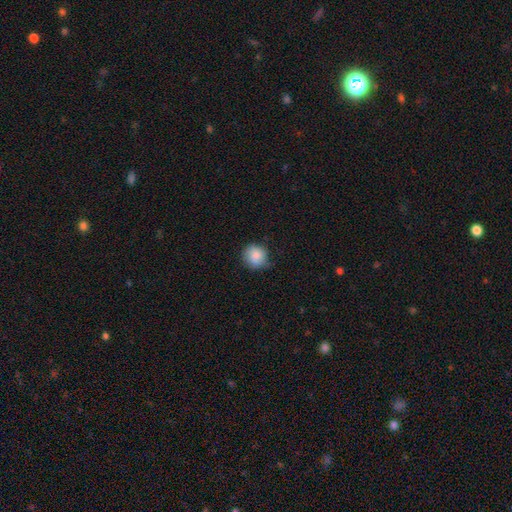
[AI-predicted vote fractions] smooth 85%, star or artifact 8%, featured or disk 7%. Down the decision tree: how rounded — round (88%); merging — none (72%).